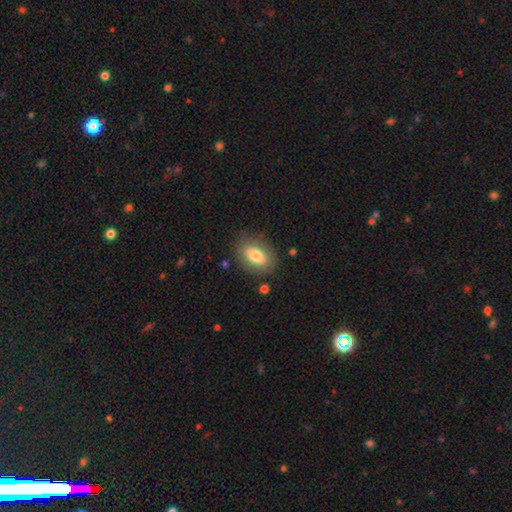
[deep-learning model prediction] The model was most divided on "smooth or featured": smooth: 74%, featured or disk: 19%, star or artifact: 7%. More confident: how rounded — in between (87%); merging — none (80%).